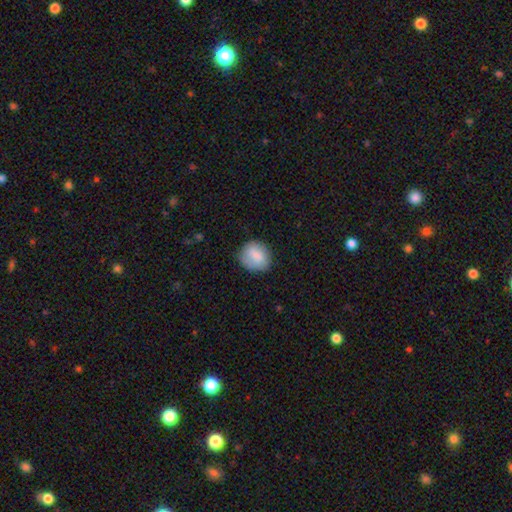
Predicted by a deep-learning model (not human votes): This appears to be a smooth galaxy with no disk features (81%) that is round (65%). Merging: none (76%).